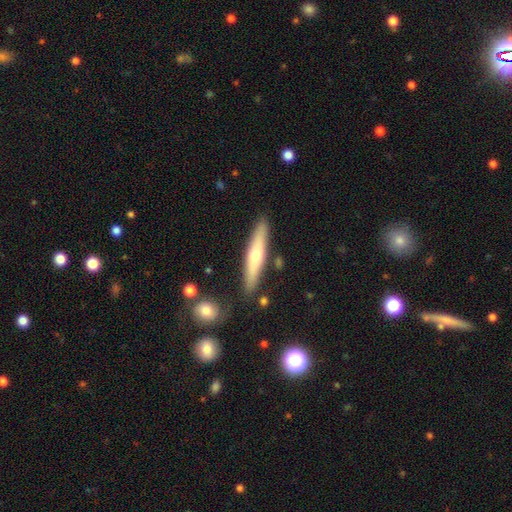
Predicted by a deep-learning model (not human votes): featured or disk 47% (tied), smooth 47% (tied), star or artifact 6%. Down the decision tree: merging — none (86%).